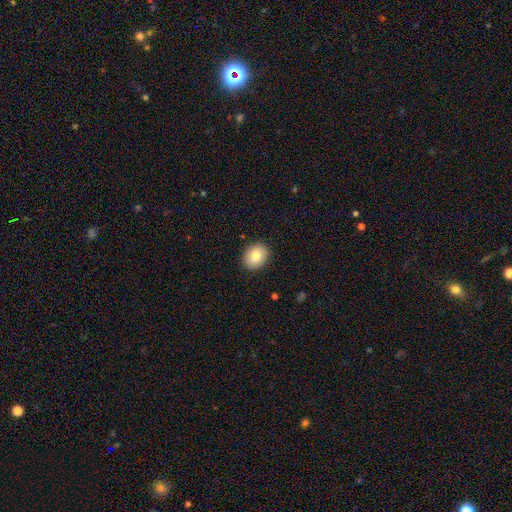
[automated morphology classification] smooth-or-featured: smooth: 81% | featured or disk: 11% | star or artifact: 8%
  how-rounded: in between: 50% | round: 49% | cigar-shaped: 1%
  merging: none: 90% | minor disturbance: 7% | major disturbance: 2% | merger: 1%